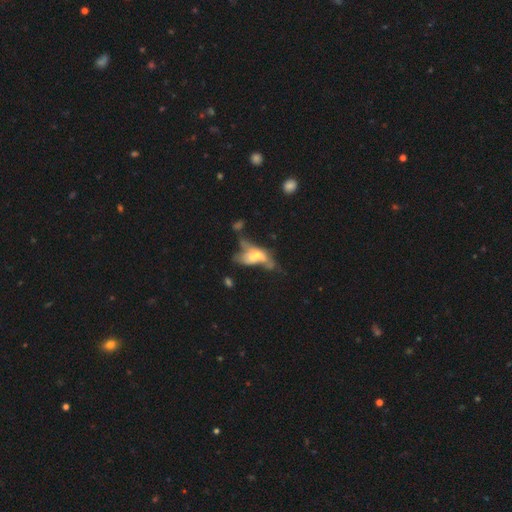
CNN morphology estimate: featured or disk 54%, smooth 35%, star or artifact 11%. Down the decision tree: edge-on disk — no (87%); merging — merger (54%).